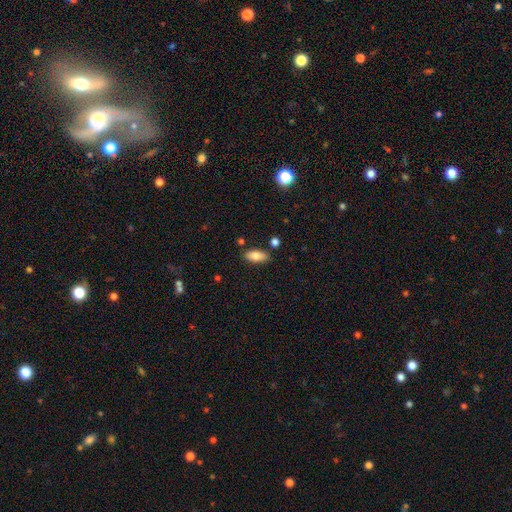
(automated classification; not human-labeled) Morphology: type=smooth (82%); roundness=in between (88%); merging=none (81%).